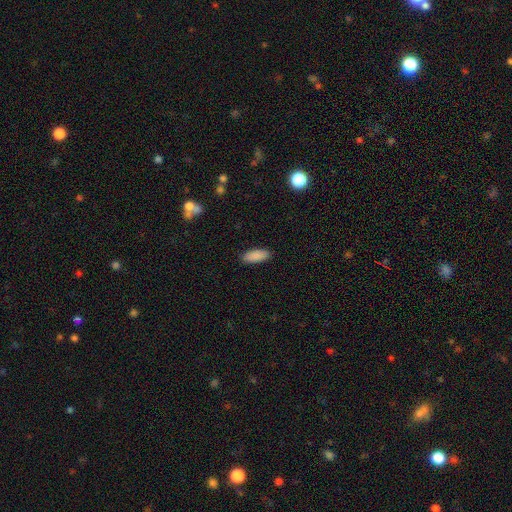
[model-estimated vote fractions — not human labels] A smooth galaxy with no disk features (89%) that is in between round and cigar-shaped (76%).

Vote fractions:
- Smooth or featured? smooth: 89% / star or artifact: 7% / featured or disk: 4%
- How rounded? in between: 76% / cigar-shaped: 22% / round: 2%
- Merging? none: 89% / minor disturbance: 8% / major disturbance: 2% / merger: 1%